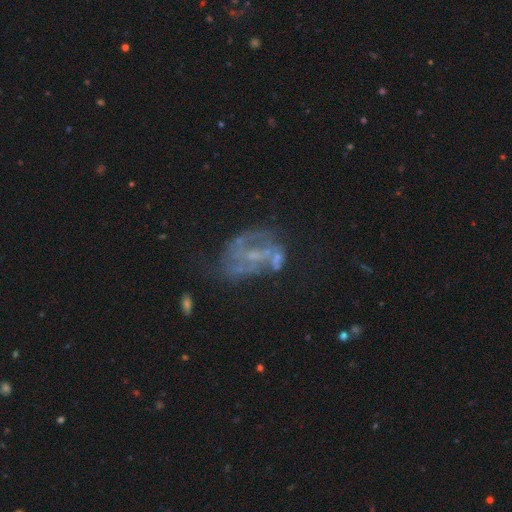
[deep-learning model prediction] Q: Smooth or featured?
A: featured or disk (70%); runner-up: star or artifact (15%)
Q: Edge-on disk?
A: no (97%); runner-up: yes (3%)
Q: Bar?
A: no (59%); runner-up: weak (30%)
Q: Spiral arms?
A: yes (52%); runner-up: no (48%)
Q: Bulge size?
A: small (43%); tied with: none (43%)
Q: Merging?
A: none (36%); runner-up: major disturbance (29%)